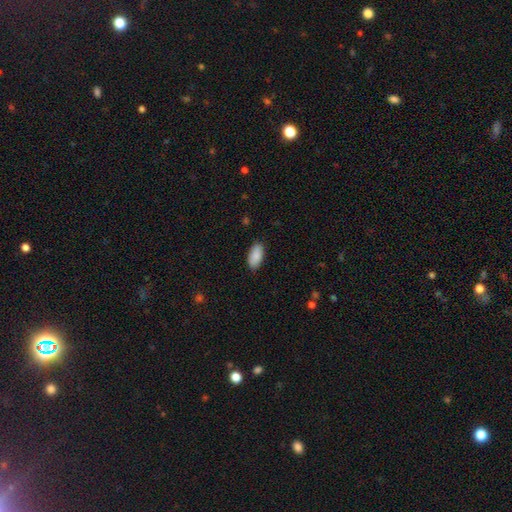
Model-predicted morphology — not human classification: Smooth or featured?
  - smooth: 89% *
  - star or artifact: 6%
  - featured or disk: 5%
How rounded?
  - in between: 93% *
  - cigar-shaped: 5%
  - round: 2%
Merging?
  - none: 87% *
  - minor disturbance: 10%
  - major disturbance: 2%
  - merger: 1%